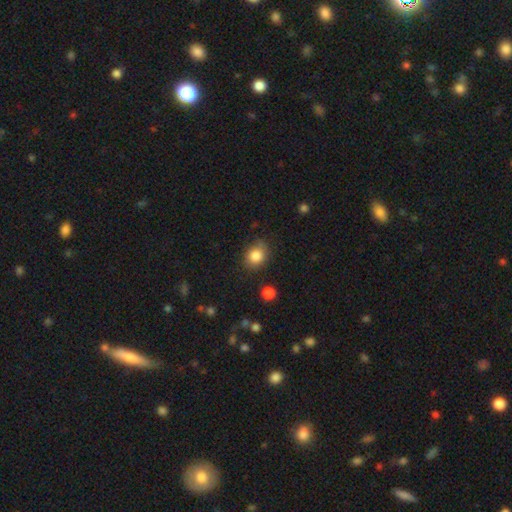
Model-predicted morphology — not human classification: smooth_or_featured: smooth (p=0.84) [alt: star or artifact p=0.09]
how_rounded: round (p=0.53) [alt: in between p=0.46]
merging: none (p=0.78) [alt: minor disturbance p=0.16]